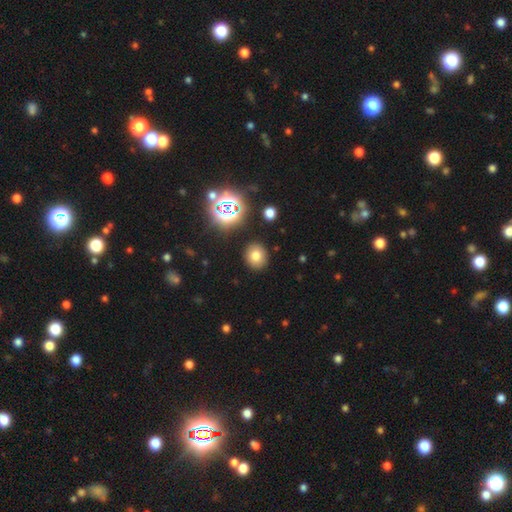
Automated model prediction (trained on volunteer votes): Smooth or featured?
  - smooth: 74% *
  - star or artifact: 17%
  - featured or disk: 9%
How rounded?
  - round: 78% *
  - in between: 21%
  - cigar-shaped: 1%
Merging?
  - none: 89% *
  - minor disturbance: 7%
  - major disturbance: 2%
  - merger: 2%